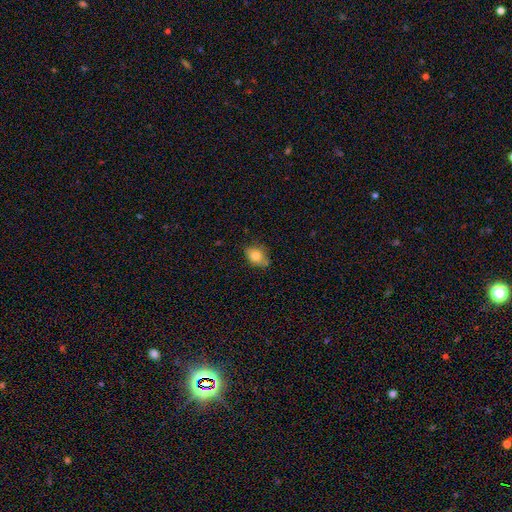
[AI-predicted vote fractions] smooth 79%, featured or disk 12%, star or artifact 9%. Down the decision tree: how rounded — in between (70%); merging — none (62%).